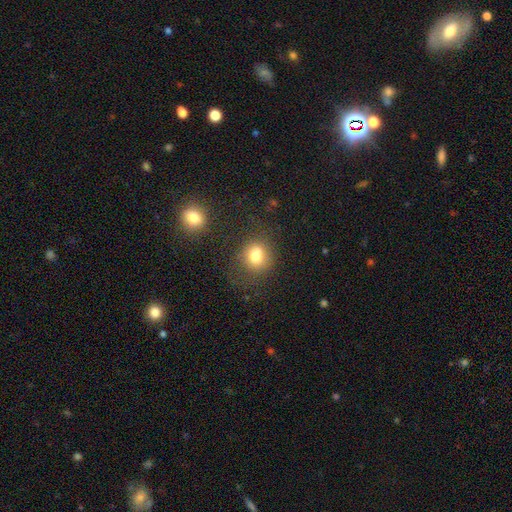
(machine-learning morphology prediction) This is likely a smooth galaxy (77%). How rounded: likely round (71%). Merging: likely none (69%).